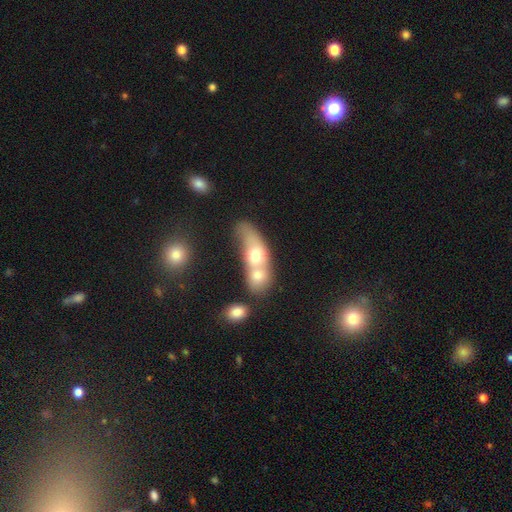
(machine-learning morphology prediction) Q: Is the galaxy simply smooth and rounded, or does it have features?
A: smooth — 62%.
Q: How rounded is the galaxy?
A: in between — 63%.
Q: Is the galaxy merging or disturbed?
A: merger — 75%.